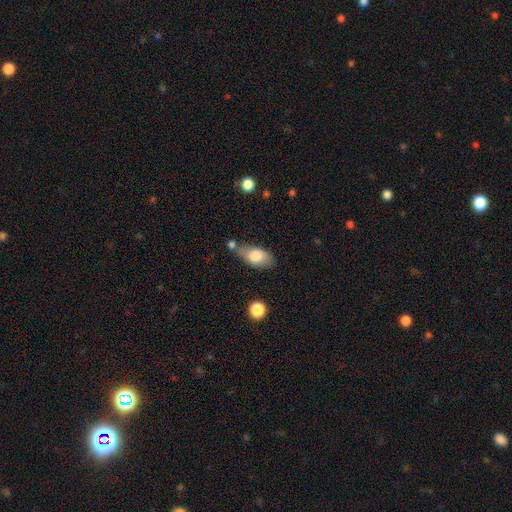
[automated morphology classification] A smooth galaxy with no disk features (77%) that is in between round and cigar-shaped (89%).

Vote fractions:
- Smooth or featured? smooth: 77% / featured or disk: 16% / star or artifact: 7%
- How rounded? in between: 89% / round: 6% / cigar-shaped: 5%
- Merging? none: 52% / minor disturbance: 23% / merger: 17% / major disturbance: 8%